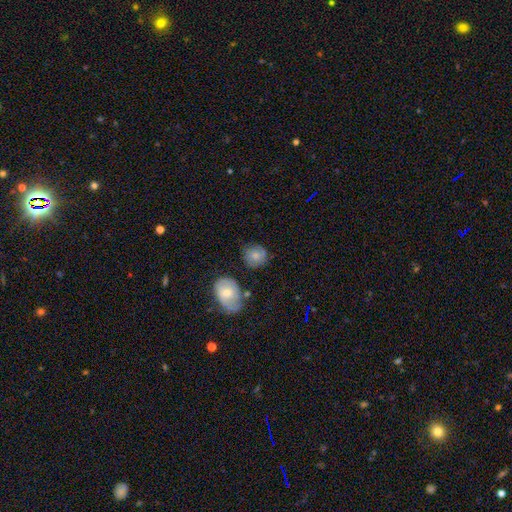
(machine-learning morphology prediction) smooth 65%, featured or disk 27%, star or artifact 8%. Down the decision tree: how rounded — round (79%); merging — none (69%).